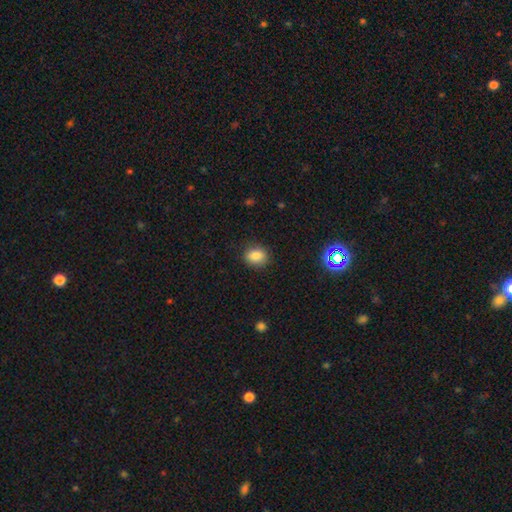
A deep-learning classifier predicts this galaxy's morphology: The model was most divided on "how rounded": round: 53%, in between: 46%, cigar-shaped: 1%. More confident: merging — none (86%); smooth or featured — smooth (85%).